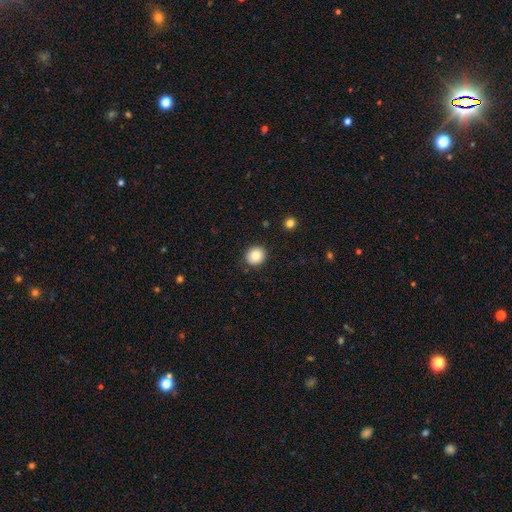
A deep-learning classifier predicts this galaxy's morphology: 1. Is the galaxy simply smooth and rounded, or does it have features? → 85% smooth, 9% star or artifact, 6% featured or disk.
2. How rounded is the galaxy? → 86% round, 13% in between, 1% cigar-shaped.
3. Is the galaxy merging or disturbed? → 89% none, 8% minor disturbance, 2% major disturbance, 1% merger.